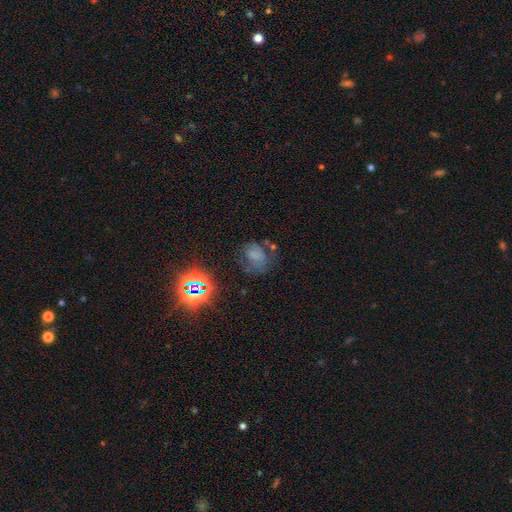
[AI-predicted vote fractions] This appears to be a smooth galaxy with no disk features (51%) that is in between round and cigar-shaped (50%). Merging: none (50%).